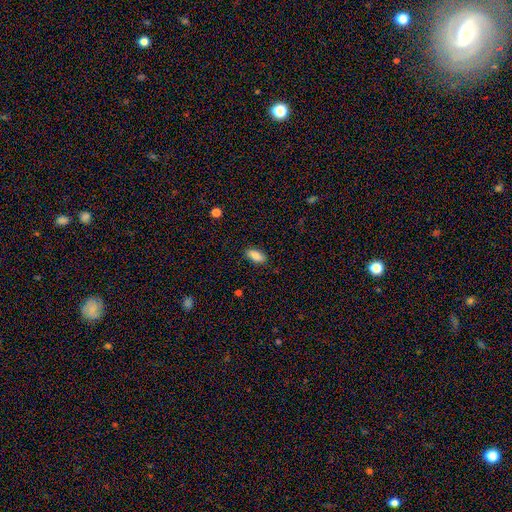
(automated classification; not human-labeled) Smooth or featured: smooth — 85% (star or artifact — 7%)
How rounded: in between — 89% (cigar-shaped — 9%)
Merging: none — 86% (minor disturbance — 11%)